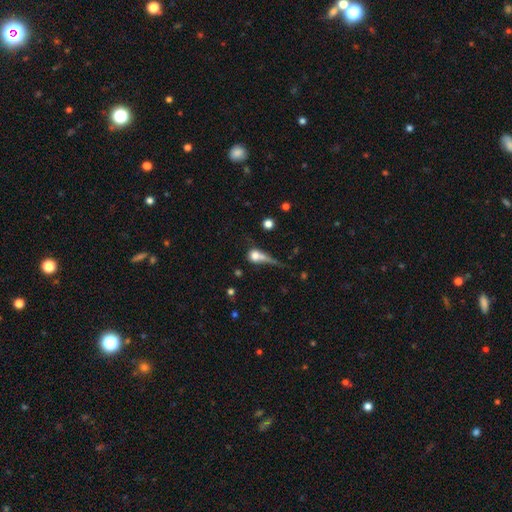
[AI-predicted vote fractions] Smooth or featured?
  - smooth: 64% *
  - featured or disk: 23%
  - star or artifact: 13%
How rounded?
  - round: 55% *
  - in between: 30%
  - cigar-shaped: 15%
Merging?
  - none: 29% *
  - major disturbance: 28%
  - merger: 26%
  - minor disturbance: 16%